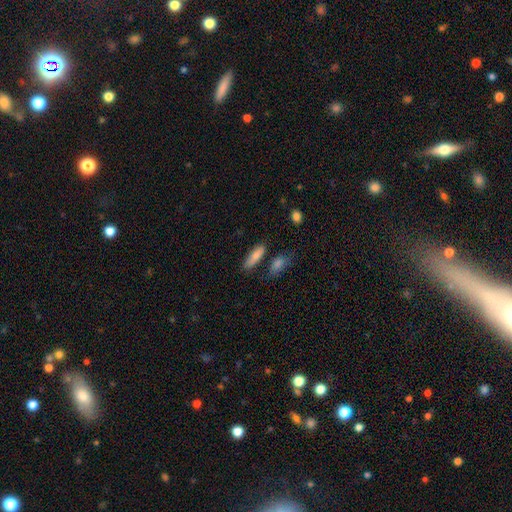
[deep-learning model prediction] The model was most divided on "how rounded" (2-way tie): cigar-shaped: 49%, in between: 49%, round: 3%. More confident: smooth or featured — smooth (78%); merging — none (71%).